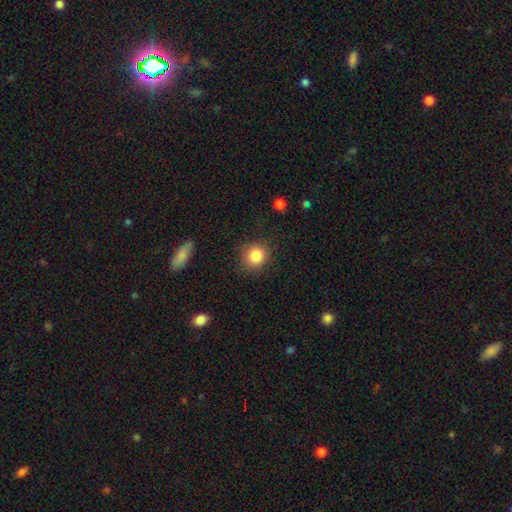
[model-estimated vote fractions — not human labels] Smooth or featured?
  - smooth: 85% *
  - star or artifact: 10%
  - featured or disk: 5%
How rounded?
  - round: 87% *
  - in between: 12%
  - cigar-shaped: 1%
Merging?
  - none: 84% *
  - minor disturbance: 11%
  - major disturbance: 3%
  - merger: 1%